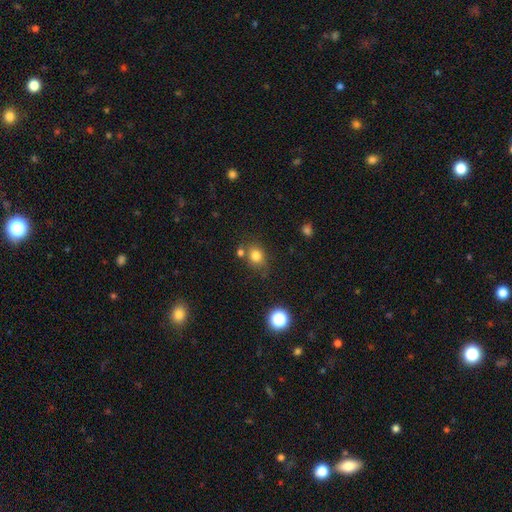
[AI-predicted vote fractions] The model was most divided on "how rounded": round: 67%, in between: 32%, cigar-shaped: 1%. More confident: smooth or featured — smooth (79%); merging — none (66%).